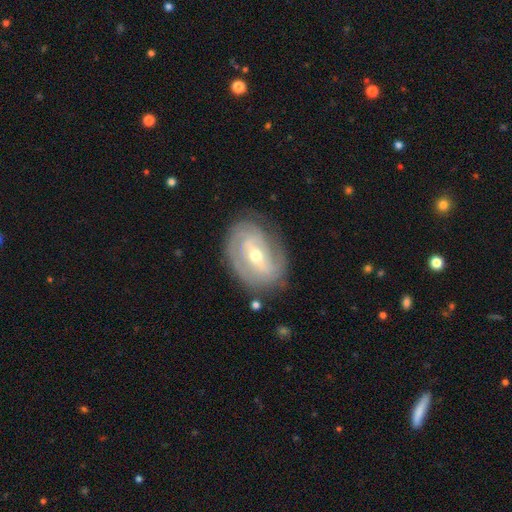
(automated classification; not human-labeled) Overall: featured or disk (81%). Edge-on disk: no (95%). Bar: weak (44%; strong 35%). Spiral arms: yes (87%). Spiral arm count: 2 (42%; can't tell 31%). Spiral winding: tight (64%; medium 27%). Bulge size: moderate (61%; small 35%). Merging: none (75%).